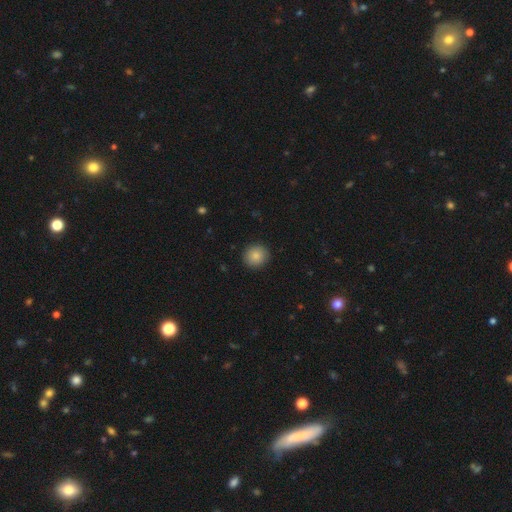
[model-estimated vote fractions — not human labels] This is clearly a smooth galaxy (86%). How rounded: clearly round (90%). Merging: clearly none (91%).